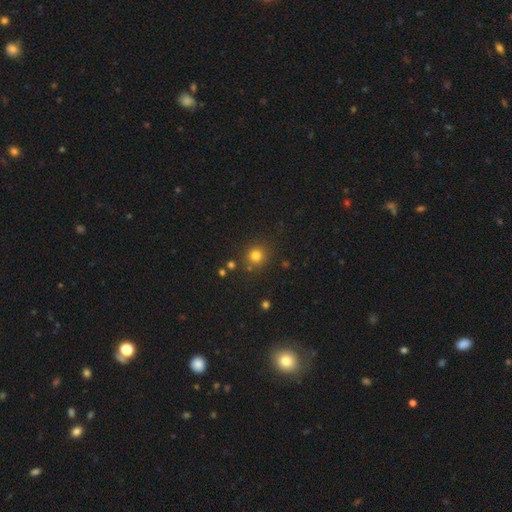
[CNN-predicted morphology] Smooth or featured? Predicted: smooth (p=0.79). How rounded? Predicted: round (p=0.91). Merging? Predicted: none (p=0.83).